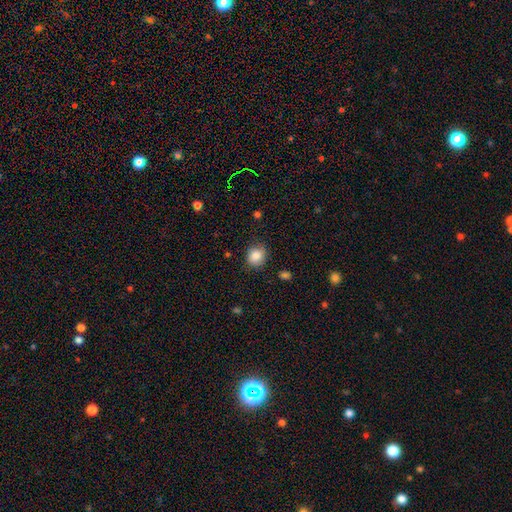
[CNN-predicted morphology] Q: Smooth or featured?
A: smooth (85%); runner-up: star or artifact (9%)
Q: How rounded?
A: round (75%); runner-up: in between (24%)
Q: Merging?
A: none (82%); runner-up: minor disturbance (13%)